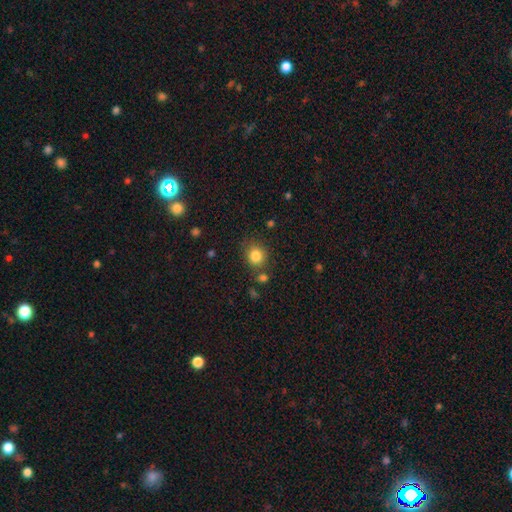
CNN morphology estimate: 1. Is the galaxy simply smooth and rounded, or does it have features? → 84% smooth, 11% star or artifact, 6% featured or disk.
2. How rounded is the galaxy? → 81% round, 18% in between, 1% cigar-shaped.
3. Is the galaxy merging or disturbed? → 77% none, 12% minor disturbance, 7% merger, 4% major disturbance.